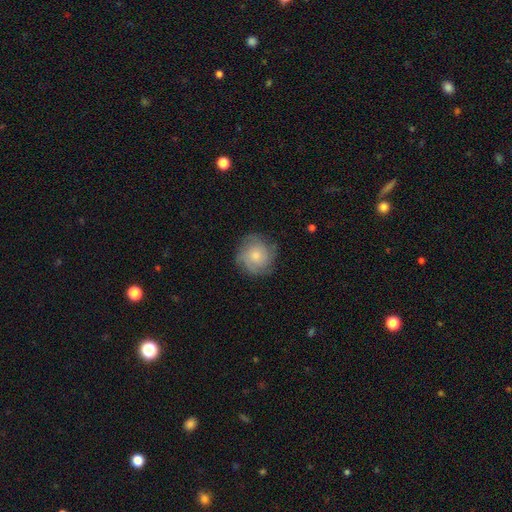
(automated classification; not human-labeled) Smooth or featured? Predicted: featured or disk (p=0.51). Edge-on disk? Predicted: no (p=0.97). Merging? Predicted: none (p=0.77).